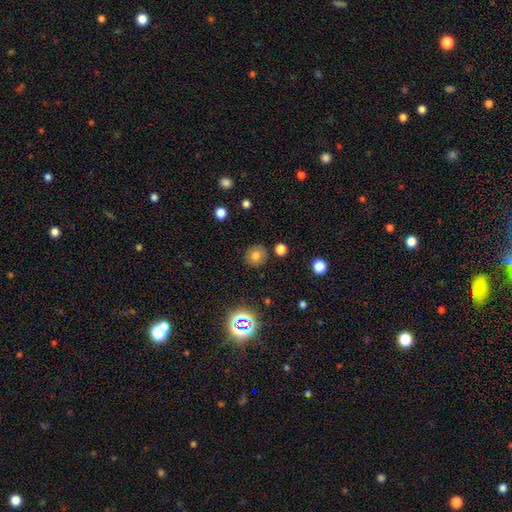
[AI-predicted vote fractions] Q: Smooth or featured?
A: smooth (74%); runner-up: star or artifact (16%)
Q: How rounded?
A: round (88%); runner-up: in between (11%)
Q: Merging?
A: none (86%); runner-up: minor disturbance (9%)